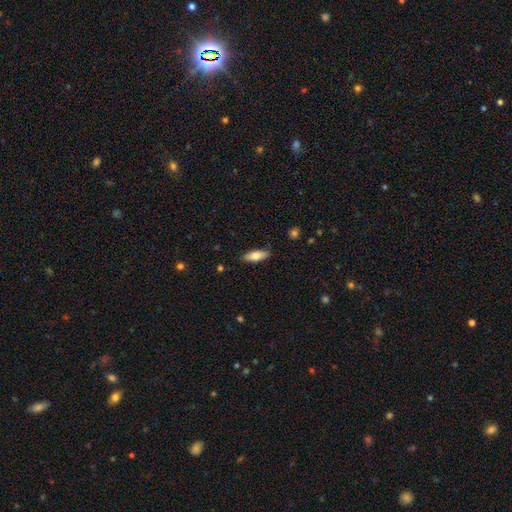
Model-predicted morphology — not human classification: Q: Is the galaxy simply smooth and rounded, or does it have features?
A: smooth — 76%.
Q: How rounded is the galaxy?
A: in between — 65%.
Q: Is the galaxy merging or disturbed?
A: none — 86%.